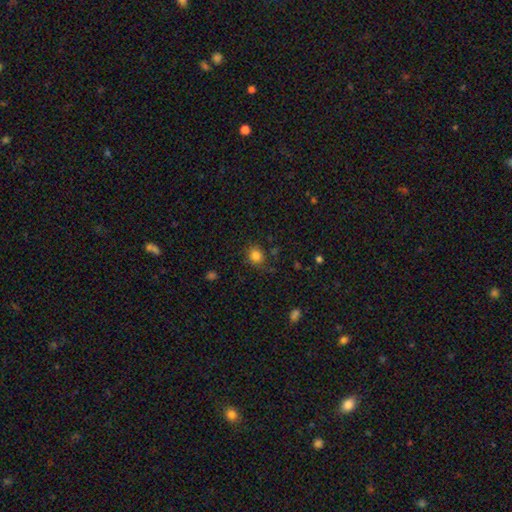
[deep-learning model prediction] A smooth galaxy with no disk features (83%) that is round (82%).

Vote fractions:
- Smooth or featured? smooth: 83% / star or artifact: 12% / featured or disk: 5%
- How rounded? round: 82% / in between: 17% / cigar-shaped: 1%
- Merging? none: 81% / minor disturbance: 13% / major disturbance: 4% / merger: 2%